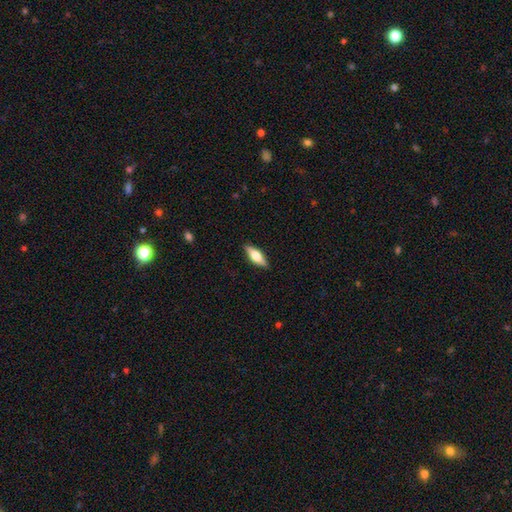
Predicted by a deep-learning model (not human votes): This appears to be a smooth galaxy with no disk features (51%) that is in between round and cigar-shaped (53%). Merging: none (88%).